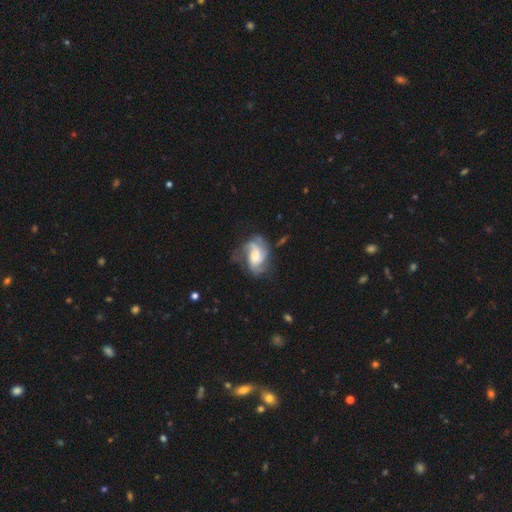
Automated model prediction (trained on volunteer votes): Morphology: type=featured or disk (73%); edge-on=no (97%); bar=no (57%); spiral arms=yes (91%); winding=medium (45%); arm count=3 (33%); bulge=large (34%); merging=none (50%).